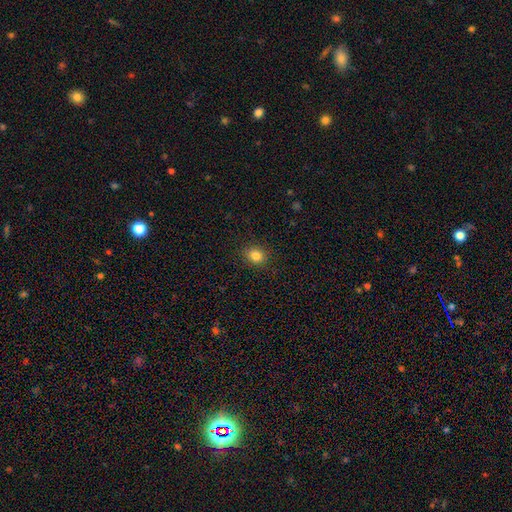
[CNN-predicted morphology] A smooth galaxy with no disk features (84%) that is round (69%). Merging: none (90%).